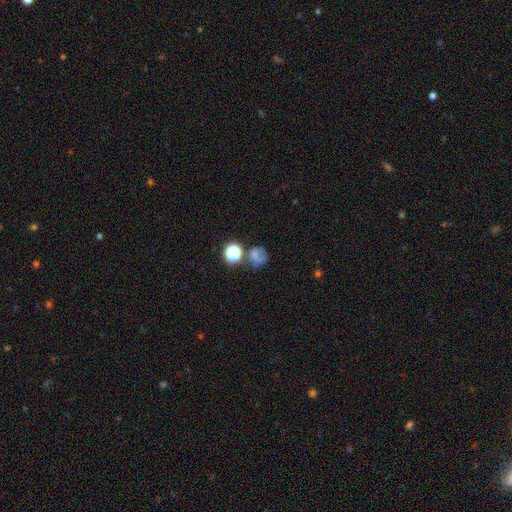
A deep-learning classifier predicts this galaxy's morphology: Smooth or featured: smooth — 57% (star or artifact — 23%)
How rounded: round — 74% (in between — 25%)
Merging: none — 48% (minor disturbance — 20%)